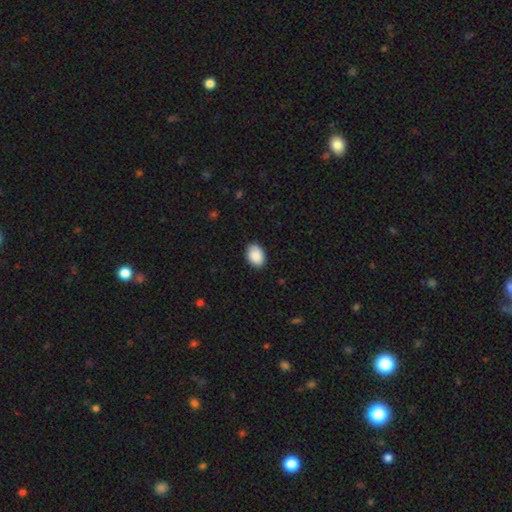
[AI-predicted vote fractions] smooth 90%, star or artifact 6%, featured or disk 4%. Down the decision tree: how rounded — in between (83%); merging — none (87%).